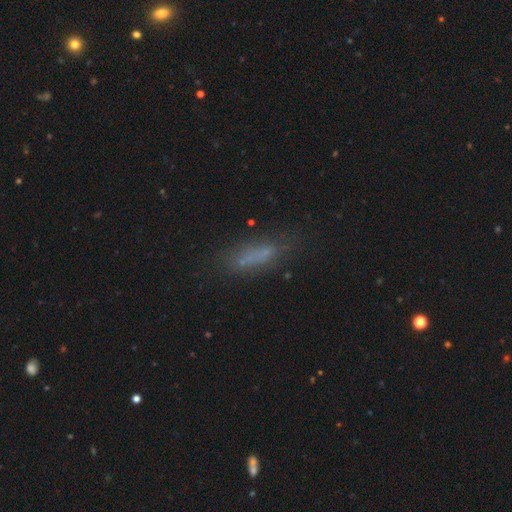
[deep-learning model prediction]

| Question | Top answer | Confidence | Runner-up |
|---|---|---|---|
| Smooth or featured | smooth | 64% | featured or disk (21%) |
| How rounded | cigar-shaped | 66% | in between (32%) |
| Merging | none | 68% | minor disturbance (19%) |